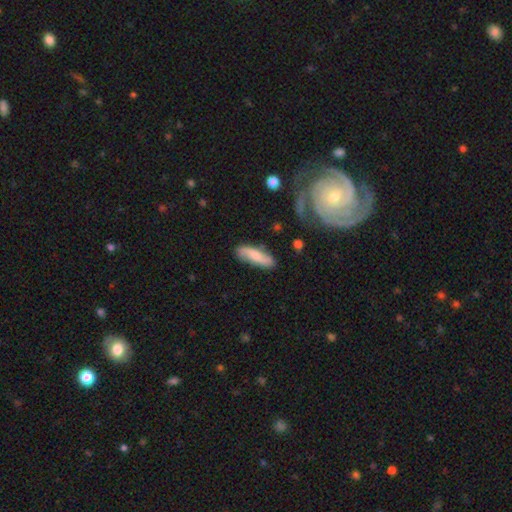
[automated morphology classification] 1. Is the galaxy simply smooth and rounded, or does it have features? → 59% smooth, 35% featured or disk, 6% star or artifact.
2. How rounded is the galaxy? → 51% cigar-shaped, 47% in between, 2% round.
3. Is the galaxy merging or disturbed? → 77% none, 16% minor disturbance, 4% major disturbance, 3% merger.